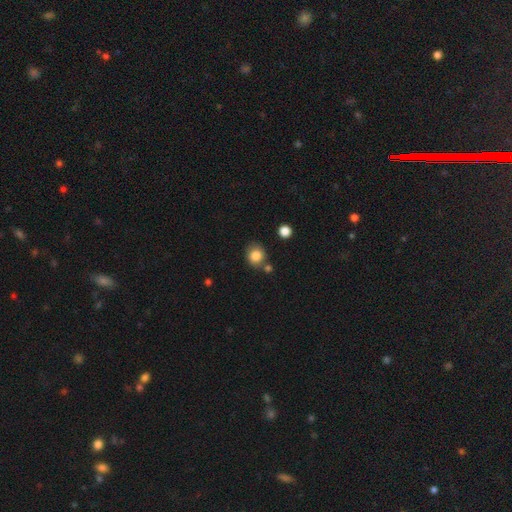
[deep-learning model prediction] Smooth or featured? Predicted: smooth (p=0.84). How rounded? Predicted: round (p=0.77). Merging? Predicted: none (p=0.73).